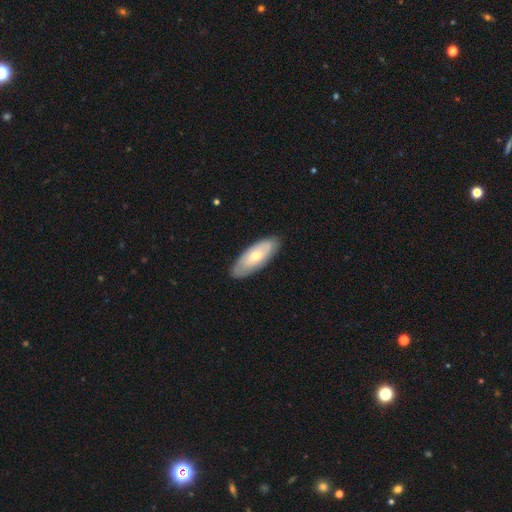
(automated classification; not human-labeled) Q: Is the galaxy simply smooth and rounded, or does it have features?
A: smooth — 54%.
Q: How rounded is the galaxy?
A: in between — 79%.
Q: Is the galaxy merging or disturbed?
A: none — 85%.